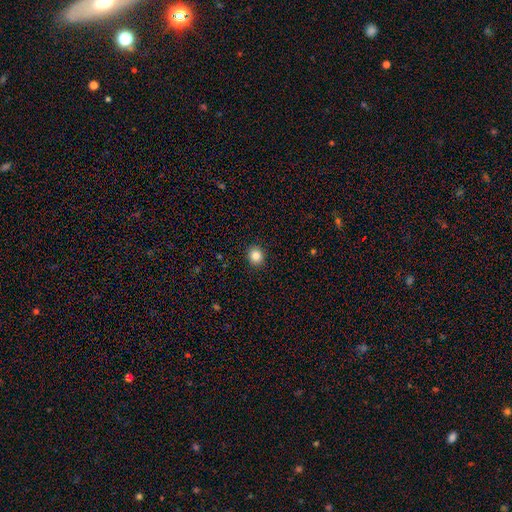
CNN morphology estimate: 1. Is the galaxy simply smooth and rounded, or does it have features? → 85% smooth, 10% star or artifact, 5% featured or disk.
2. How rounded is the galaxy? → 80% round, 20% in between, 1% cigar-shaped.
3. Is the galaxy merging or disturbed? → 91% none, 6% minor disturbance, 2% major disturbance, 1% merger.